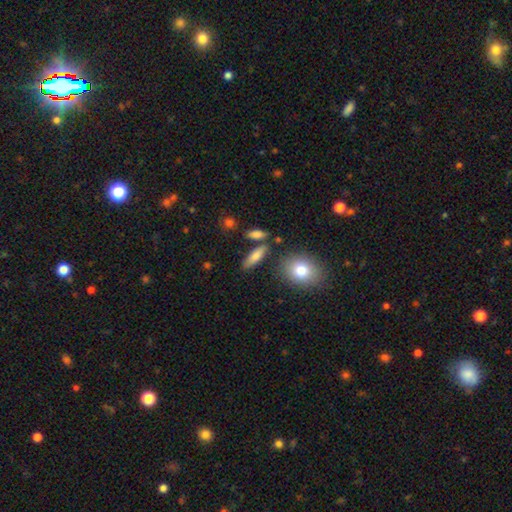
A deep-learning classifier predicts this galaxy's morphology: Smooth or featured?
  - smooth: 77% *
  - featured or disk: 15%
  - star or artifact: 8%
How rounded?
  - in between: 48% *
  - cigar-shaped: 47%
  - round: 5%
Merging?
  - none: 77% *
  - minor disturbance: 11%
  - merger: 8%
  - major disturbance: 3%